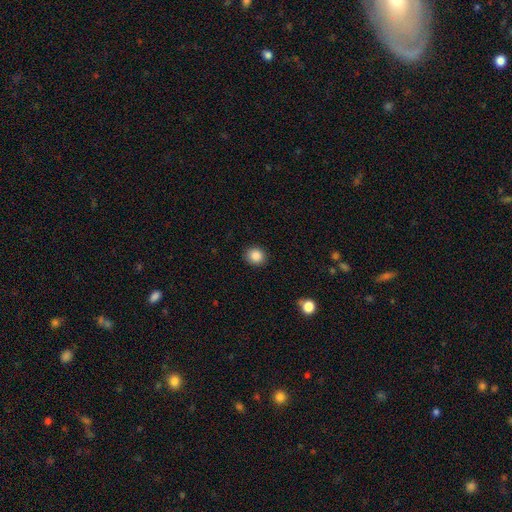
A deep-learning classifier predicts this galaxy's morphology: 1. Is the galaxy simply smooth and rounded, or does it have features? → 87% smooth, 10% star or artifact, 3% featured or disk.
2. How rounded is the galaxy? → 81% round, 18% in between, 1% cigar-shaped.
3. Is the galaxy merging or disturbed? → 90% none, 7% minor disturbance, 2% major disturbance, 1% merger.